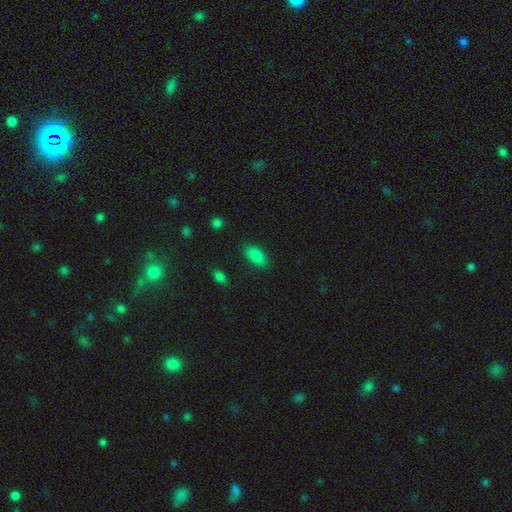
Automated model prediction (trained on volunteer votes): This is clearly a smooth galaxy (85%). How rounded: clearly in between (90%). Merging: clearly none (85%).